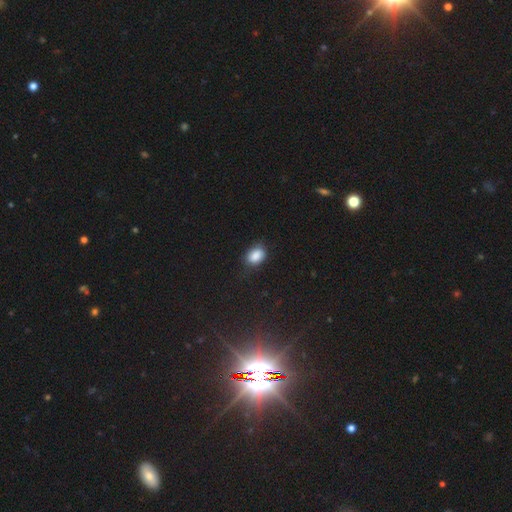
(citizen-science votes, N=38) smooth-or-featured: smooth: 82% | featured or disk: 13% | star or artifact: 5%
  how-rounded: in between: 81% | round: 19% | cigar-shaped: 0%
  merging: none: 75% | minor disturbance: 19% | major disturbance: 6% | merger: 0%